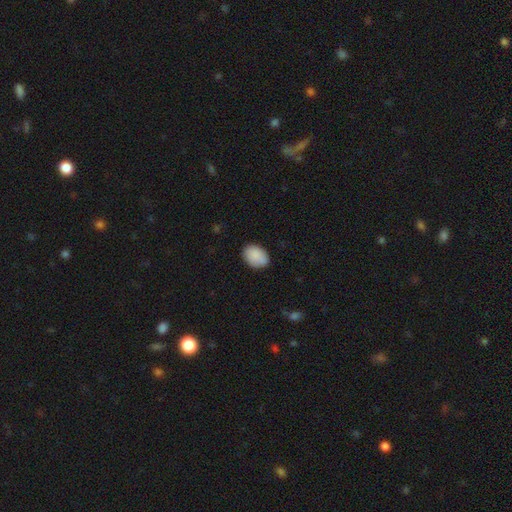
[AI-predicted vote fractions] Q: Smooth or featured?
A: smooth (89%); runner-up: star or artifact (7%)
Q: How rounded?
A: in between (79%); runner-up: round (20%)
Q: Merging?
A: none (82%); runner-up: minor disturbance (15%)